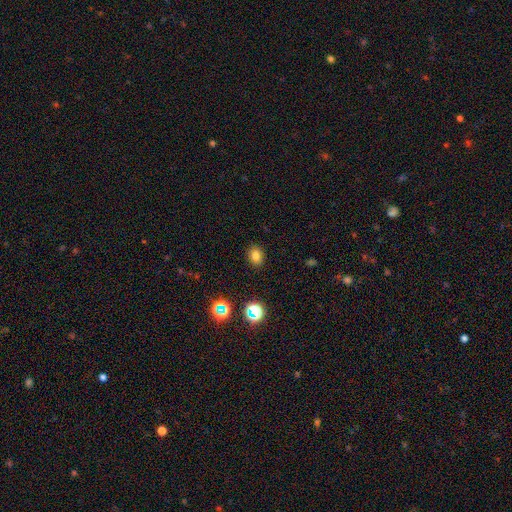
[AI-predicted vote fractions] Overall: smooth (78%). How rounded: in between (58%; round 41%). Merging: none (88%).